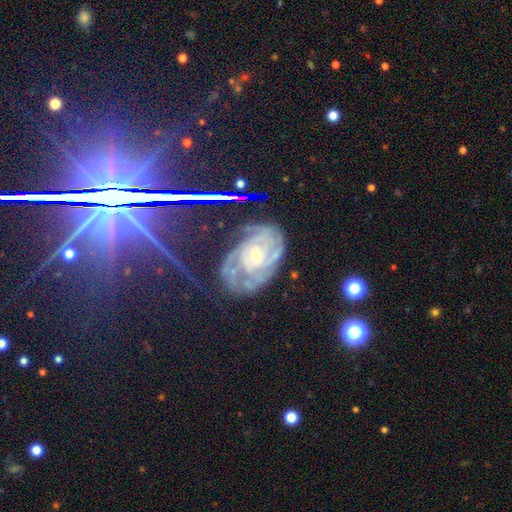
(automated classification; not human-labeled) A featured or disk galaxy (85%) with no bar (71%), tight (71%) spiral arms (96%) and a small central bulge (67%). Merging: none (66%).